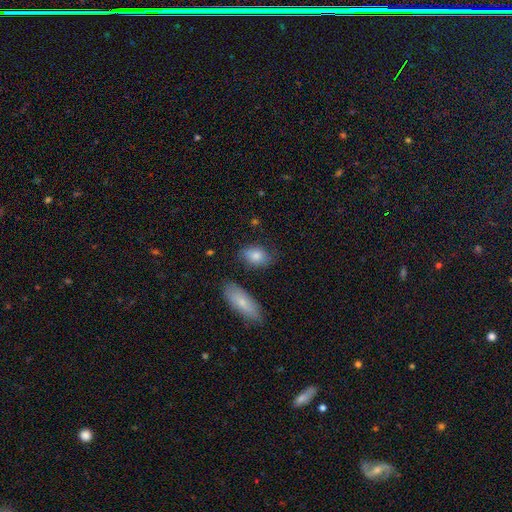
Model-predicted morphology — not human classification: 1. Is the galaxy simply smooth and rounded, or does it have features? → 82% smooth, 11% featured or disk, 7% star or artifact.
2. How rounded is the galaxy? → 84% in between, 13% round, 3% cigar-shaped.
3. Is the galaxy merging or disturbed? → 70% none, 20% minor disturbance, 5% major disturbance, 5% merger.